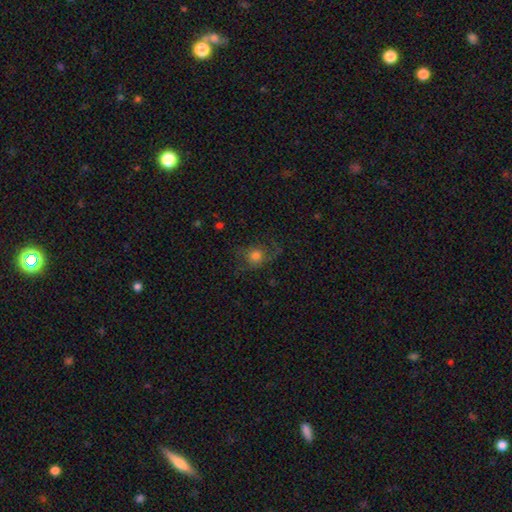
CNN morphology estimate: smooth-or-featured: smooth: 58% | featured or disk: 29% | star or artifact: 13%
  how-rounded: round: 72% | in between: 26% | cigar-shaped: 1%
  merging: none: 53% | major disturbance: 24% | minor disturbance: 22% | merger: 2%